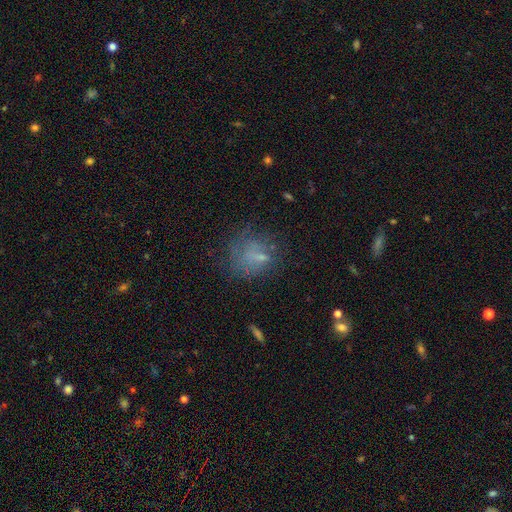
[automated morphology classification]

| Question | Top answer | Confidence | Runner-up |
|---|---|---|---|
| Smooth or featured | smooth | 49% | featured or disk (32%) |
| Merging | none | 53% | major disturbance (21%) |